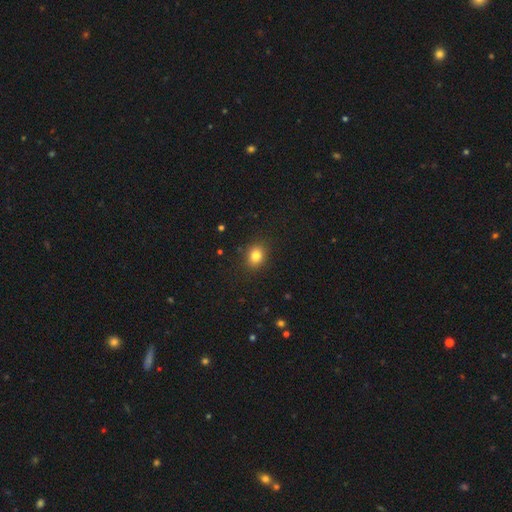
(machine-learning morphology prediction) smooth_or_featured: smooth (p=0.83) [alt: star or artifact p=0.11]
how_rounded: round (p=0.50) [alt: in between p=0.49]
merging: none (p=0.88) [alt: minor disturbance p=0.09]